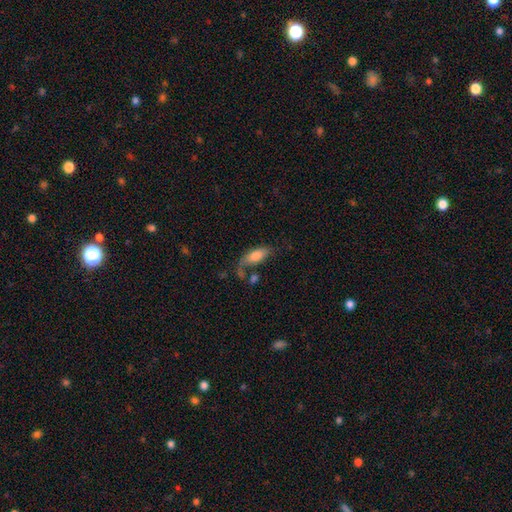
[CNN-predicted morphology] type=smooth (71%); roundness=in between (79%); merging=none (41%).